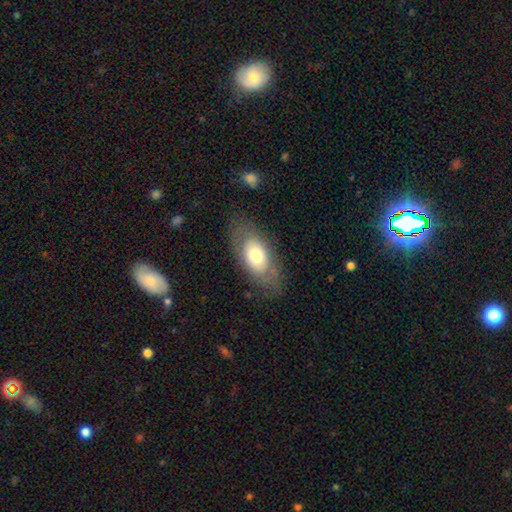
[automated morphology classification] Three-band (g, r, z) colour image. It shows a smooth galaxy with no disk features (62%) that is in between round and cigar-shaped (89%). Merging: none (77%).